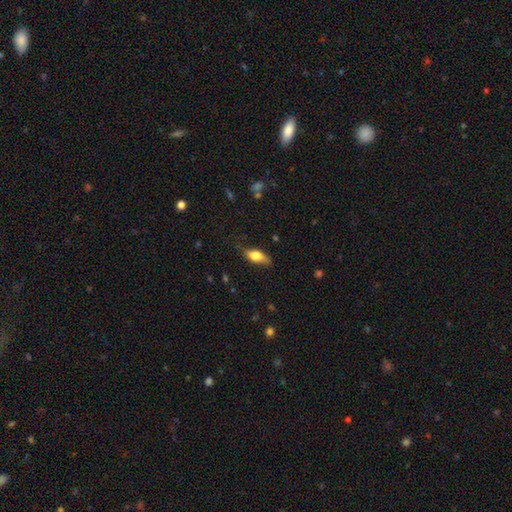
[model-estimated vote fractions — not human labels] The model was most divided on "smooth or featured": smooth: 68%, featured or disk: 25%, star or artifact: 7%. More confident: how rounded — in between (76%); merging — none (72%).